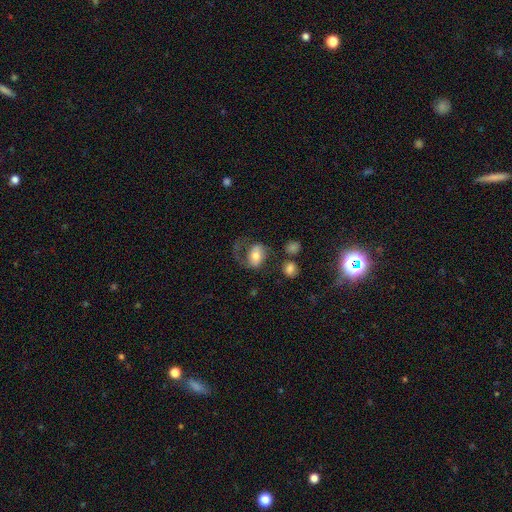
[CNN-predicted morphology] This is possibly a featured or disk galaxy (48%). Merging: marginally none (40%).